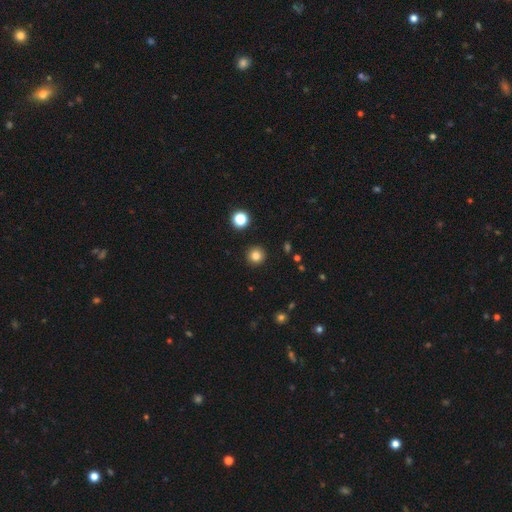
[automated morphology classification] Smooth or featured? smooth (83%)
How rounded? round (95%)
Merging? none (92%)